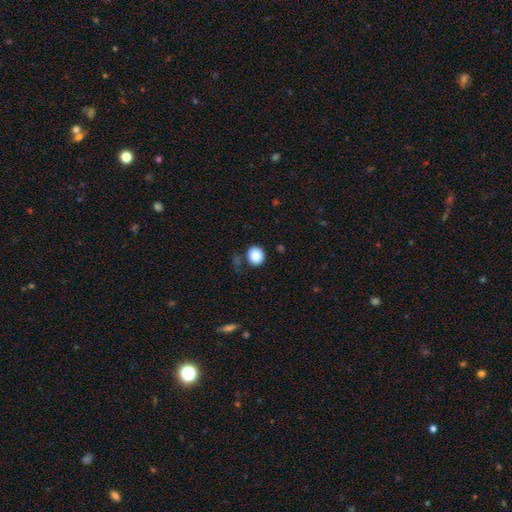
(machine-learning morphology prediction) type=smooth (87%); roundness=round (83%); merging=none (79%).